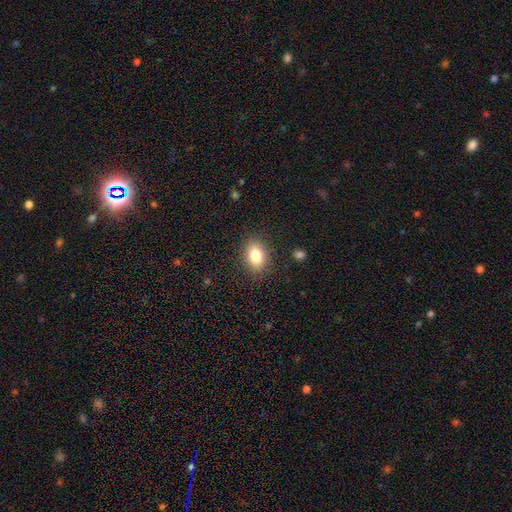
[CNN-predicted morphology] Smooth or featured? Predicted: smooth (p=0.82). How rounded? Predicted: in between (p=0.78). Merging? Predicted: none (p=0.85).